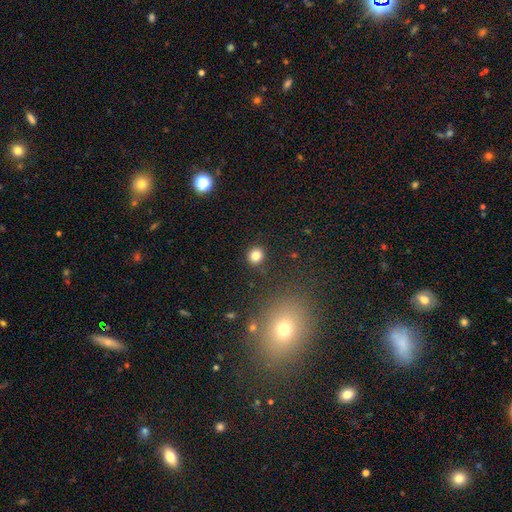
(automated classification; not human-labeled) Smooth or featured? Predicted: smooth (p=0.83). How rounded? Predicted: round (p=0.84). Merging? Predicted: none (p=0.88).